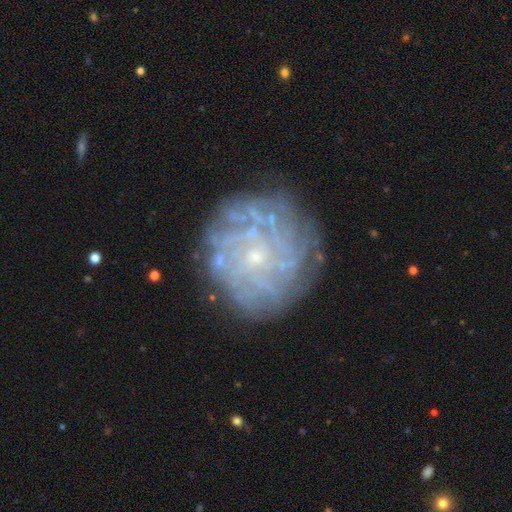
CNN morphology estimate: A featured or disk galaxy (74%) with no bar (79%), tight (70%) spiral arms (76%) and a small central bulge (77%). Merging: none (78%).